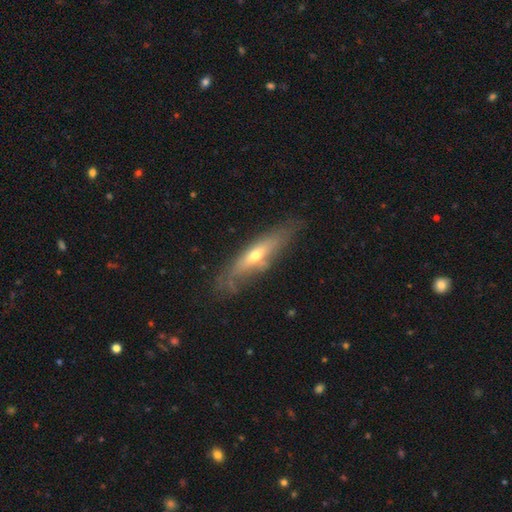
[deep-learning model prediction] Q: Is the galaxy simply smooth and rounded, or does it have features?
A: featured or disk — 56%.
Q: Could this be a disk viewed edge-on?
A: yes — 69%.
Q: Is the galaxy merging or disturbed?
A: none — 71%.